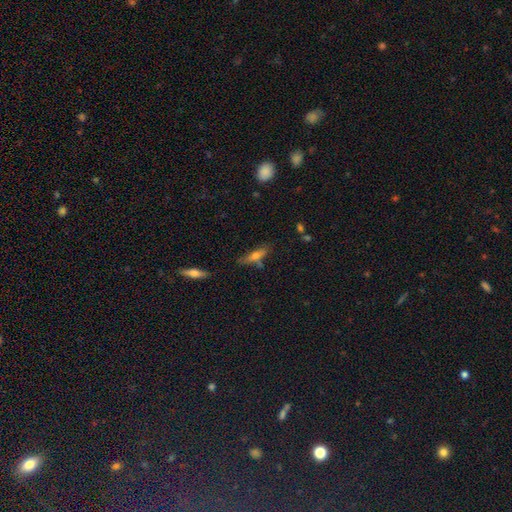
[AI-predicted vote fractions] A smooth galaxy with no disk features (56%) that is cigar-shaped (67%). Merging: none (67%).